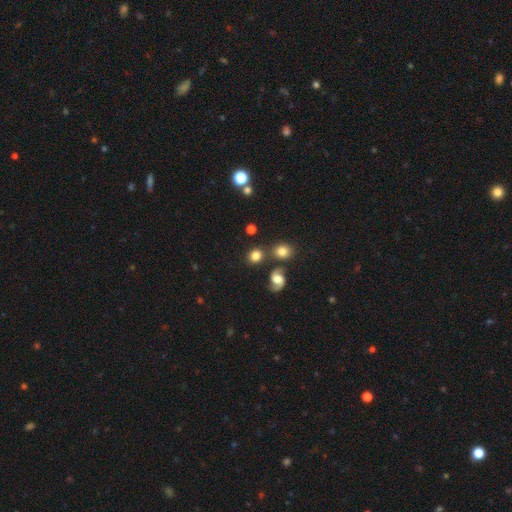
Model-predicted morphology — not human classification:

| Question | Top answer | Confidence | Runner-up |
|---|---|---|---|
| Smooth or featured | smooth | 77% | featured or disk (14%) |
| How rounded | round | 81% | in between (18%) |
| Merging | none | 74% | merger (12%) |